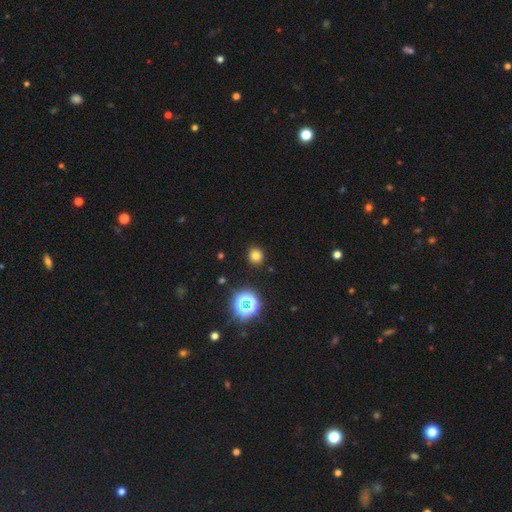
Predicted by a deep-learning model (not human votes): smooth 75%, star or artifact 19%, featured or disk 6%. Down the decision tree: how rounded — round (86%); merging — none (90%).